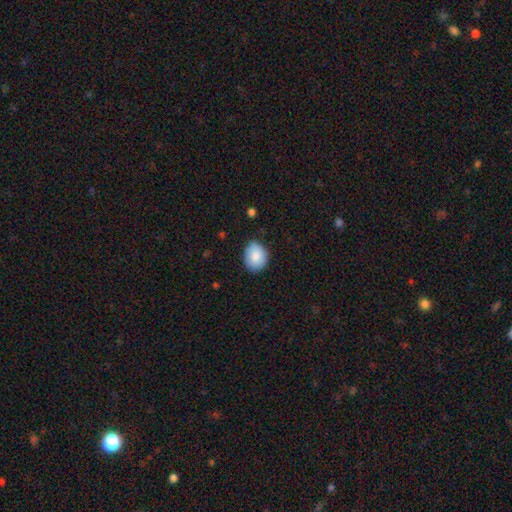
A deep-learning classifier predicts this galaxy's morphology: type=smooth (87%); roundness=in between (54%); merging=none (80%).